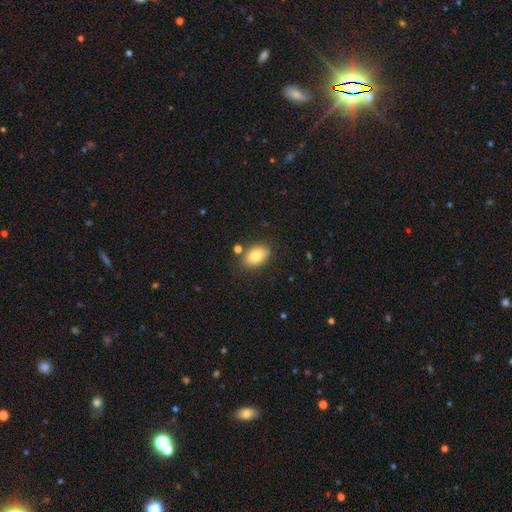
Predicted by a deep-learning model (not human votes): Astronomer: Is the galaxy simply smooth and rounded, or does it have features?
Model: smooth — 81%.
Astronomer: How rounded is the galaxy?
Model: in between — 86%.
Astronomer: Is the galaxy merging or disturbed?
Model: none — 78%.